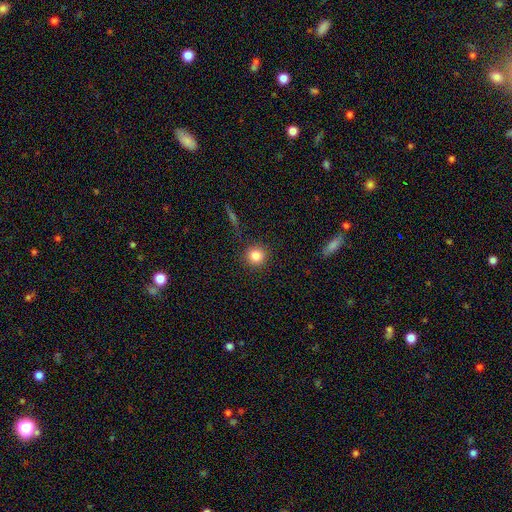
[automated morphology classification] A smooth galaxy with no disk features (84%) that is round (94%).

Vote fractions:
- Smooth or featured? smooth: 84% / star or artifact: 11% / featured or disk: 6%
- How rounded? round: 94% / in between: 5% / cigar-shaped: 1%
- Merging? none: 89% / minor disturbance: 6% / major disturbance: 2% / merger: 2%